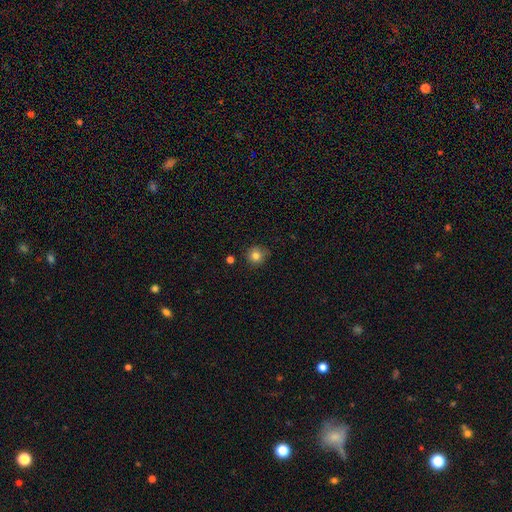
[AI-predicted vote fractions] Morphology: type=smooth (83%); roundness=round (92%); merging=none (83%).